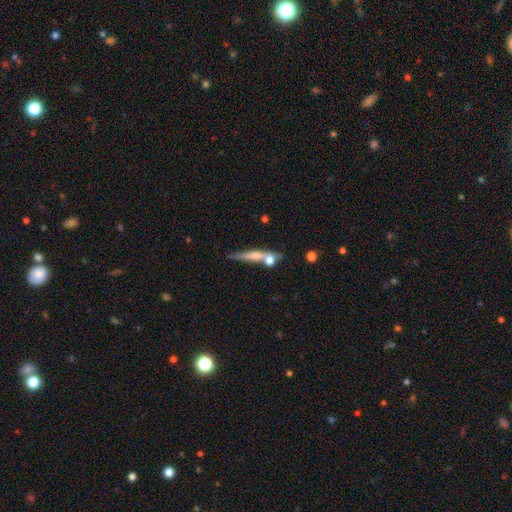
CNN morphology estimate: Smooth or featured? Predicted: smooth (p=0.51). How rounded? Predicted: cigar-shaped (p=0.83). Merging? Predicted: none (p=0.56).